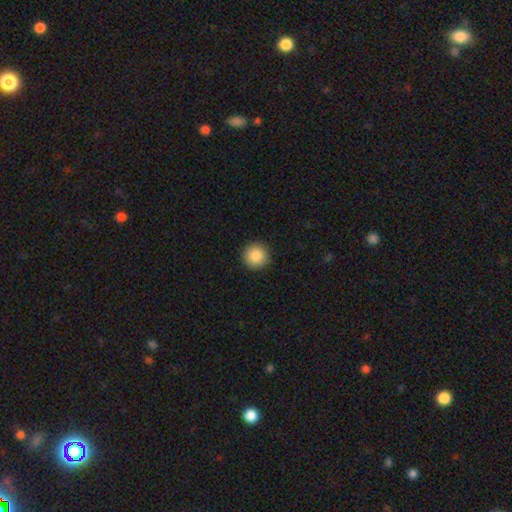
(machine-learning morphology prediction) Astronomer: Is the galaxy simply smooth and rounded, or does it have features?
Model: smooth — 87%.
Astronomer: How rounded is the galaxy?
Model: round — 96%.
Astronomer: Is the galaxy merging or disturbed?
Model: none — 93%.